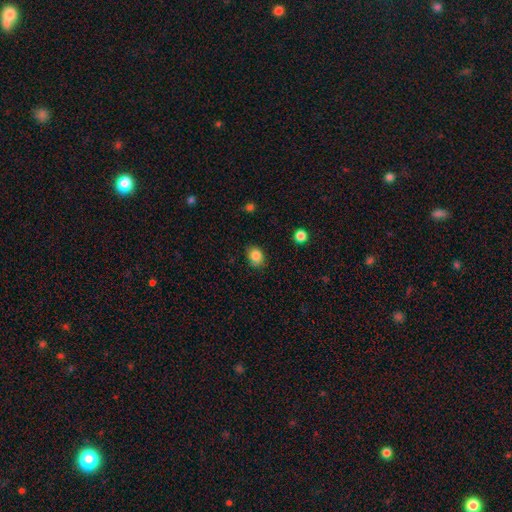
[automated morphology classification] This appears to be a smooth galaxy with no disk features (85%) that is in between round and cigar-shaped (52%). Merging: none (81%).